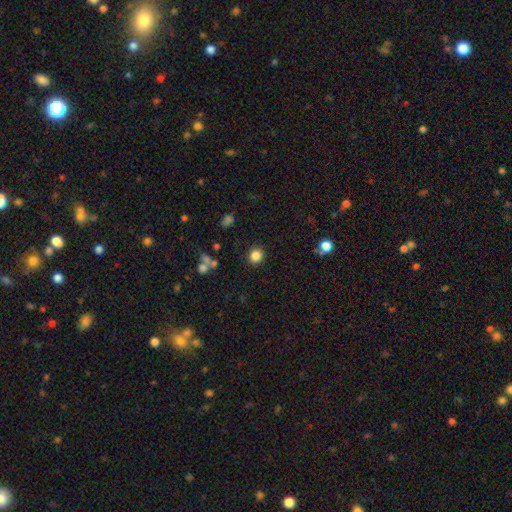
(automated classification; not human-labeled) smooth 84%, star or artifact 11%, featured or disk 5%. Down the decision tree: how rounded — round (80%); merging — none (89%).